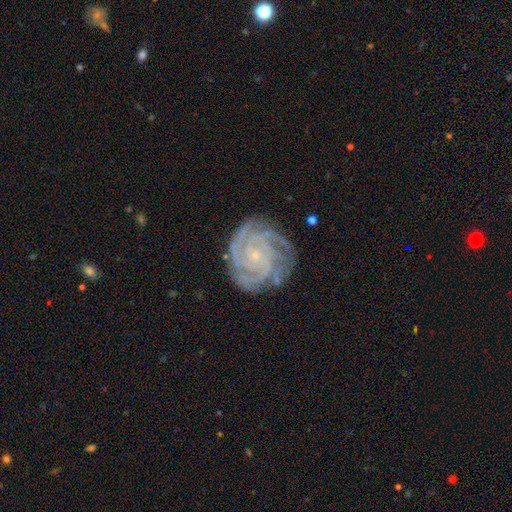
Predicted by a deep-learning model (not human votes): This is clearly a featured or disk galaxy (90%). It is clearly not viewed edge-on (98%). Bar: likely no (75%). Spiral arm pattern: clearly yes (99%). Spiral arm count: marginally 4 (37%). Spiral winding: clearly tight (83%). Central bulge: clearly small (86%). Merging: clearly none (80%).